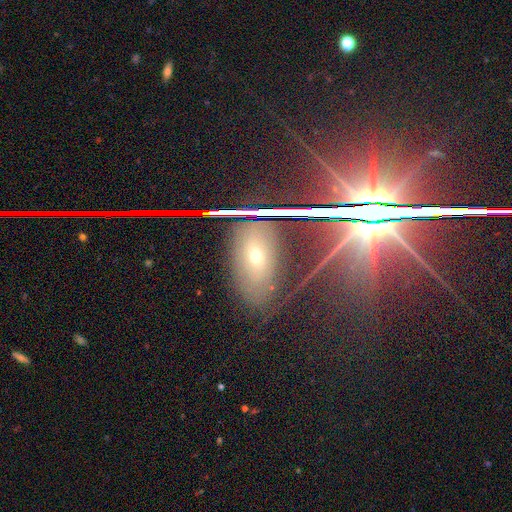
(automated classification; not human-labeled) smooth-or-featured: star or artifact: 45% | featured or disk: 30% | smooth: 25%